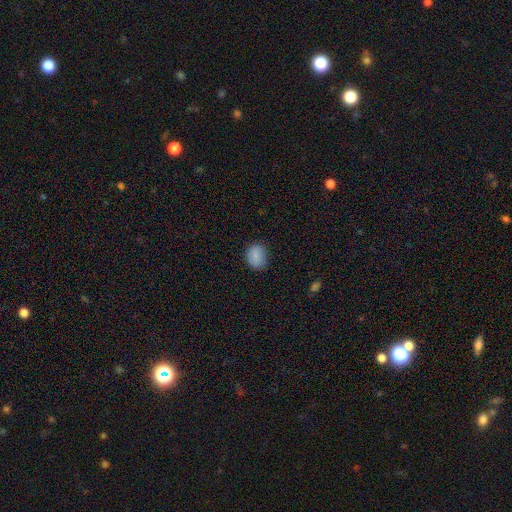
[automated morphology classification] smooth_or_featured: smooth (p=0.85) [alt: star or artifact p=0.09]
how_rounded: in between (p=0.49) [tied with: round p=0.49]
merging: none (p=0.83) [alt: minor disturbance p=0.13]